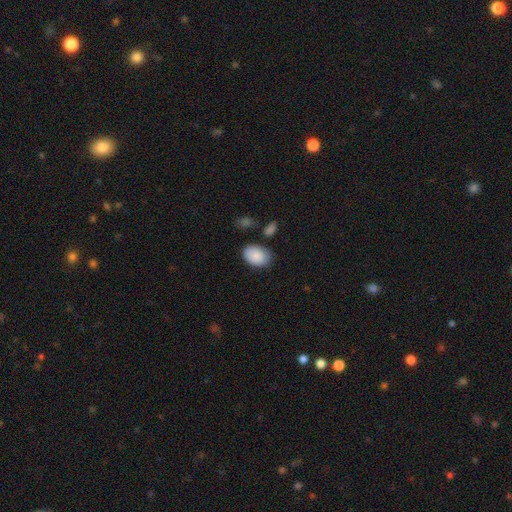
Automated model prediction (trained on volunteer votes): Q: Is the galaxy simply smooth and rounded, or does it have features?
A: smooth — 88%.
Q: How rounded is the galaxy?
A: in between — 84%.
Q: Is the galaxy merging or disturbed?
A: none — 71%.